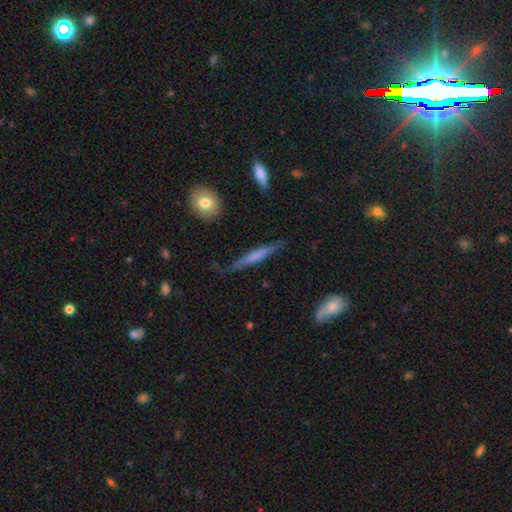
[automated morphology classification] Smooth or featured? Predicted: featured or disk (p=0.48). Merging? Predicted: none (p=0.77).